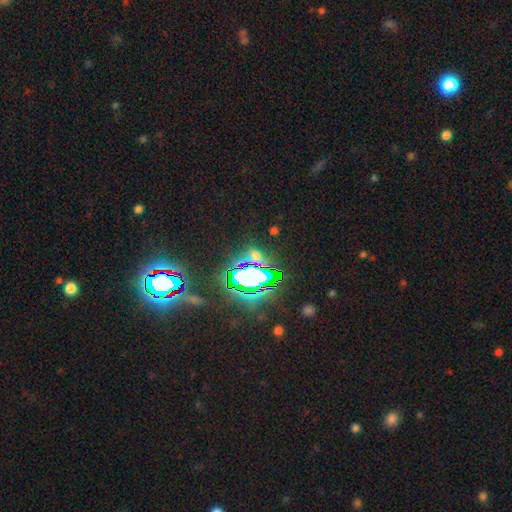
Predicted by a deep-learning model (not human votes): Smooth or featured? star or artifact (69%)